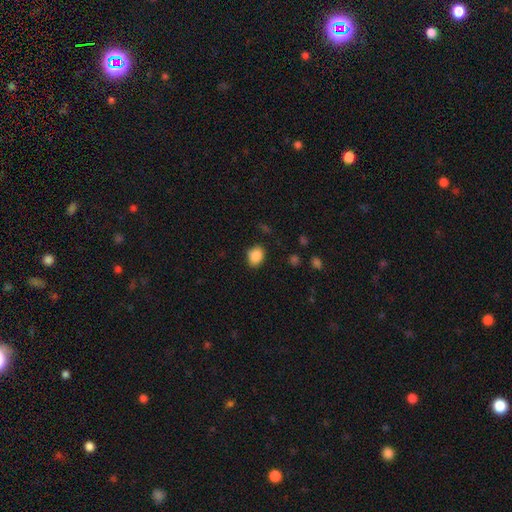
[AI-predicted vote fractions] Morphology: type=smooth (87%); roundness=in between (58%); merging=none (80%).